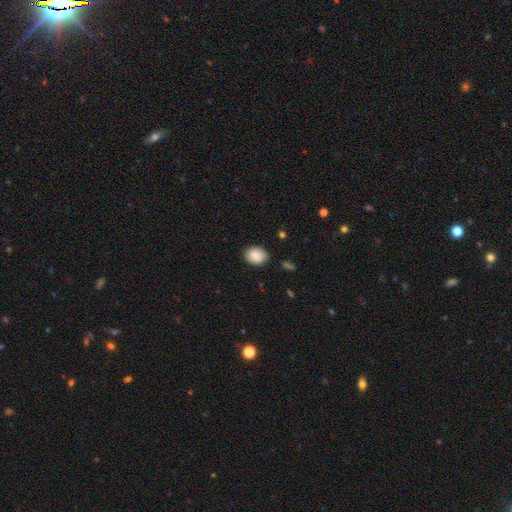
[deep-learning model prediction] Q: Smooth or featured?
A: smooth (83%); runner-up: featured or disk (10%)
Q: How rounded?
A: in between (56%); runner-up: round (43%)
Q: Merging?
A: none (84%); runner-up: minor disturbance (12%)